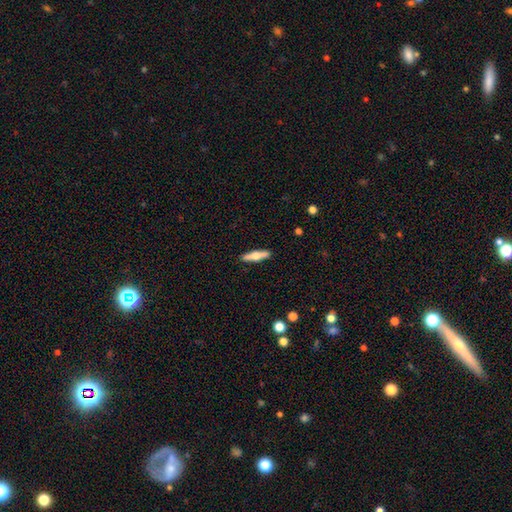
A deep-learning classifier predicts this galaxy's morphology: The model was most divided on "smooth or featured": smooth: 51%, featured or disk: 43%, star or artifact: 6%. More confident: merging — none (90%); how rounded — cigar-shaped (76%).